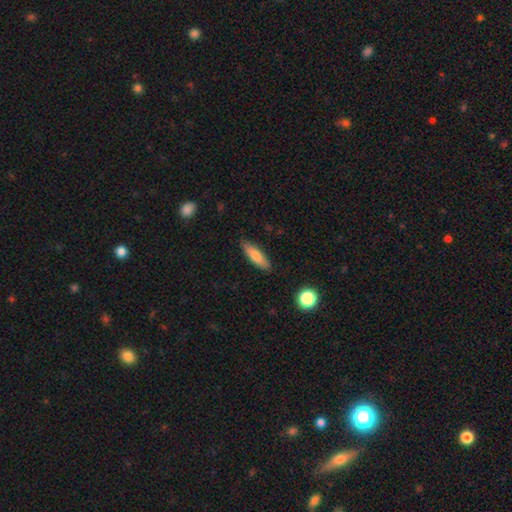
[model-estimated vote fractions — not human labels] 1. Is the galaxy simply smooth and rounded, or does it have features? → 77% smooth, 16% featured or disk, 7% star or artifact.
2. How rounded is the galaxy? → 61% cigar-shaped, 37% in between, 2% round.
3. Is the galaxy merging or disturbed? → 86% none, 11% minor disturbance, 2% major disturbance, 1% merger.